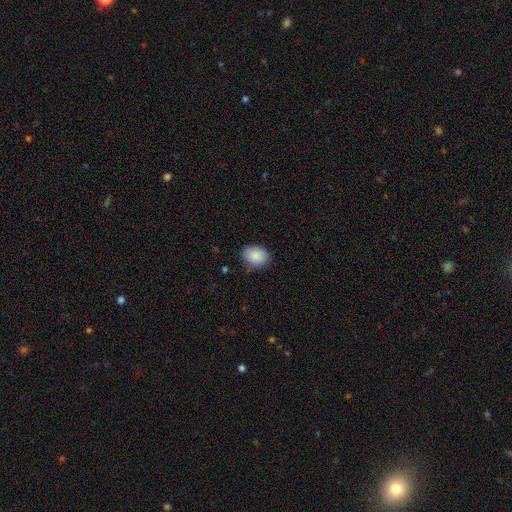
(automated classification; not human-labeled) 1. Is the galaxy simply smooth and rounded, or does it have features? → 88% smooth, 7% star or artifact, 4% featured or disk.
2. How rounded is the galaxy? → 62% in between, 37% round, 1% cigar-shaped.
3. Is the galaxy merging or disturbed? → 79% none, 17% minor disturbance, 3% major disturbance, 1% merger.